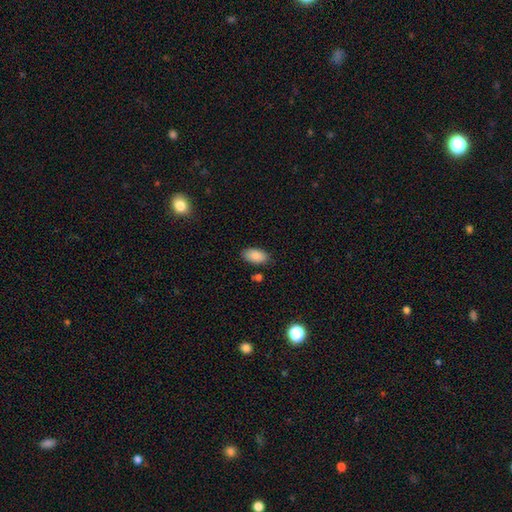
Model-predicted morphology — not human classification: Smooth or featured? smooth (88%)
How rounded? in between (94%)
Merging? none (82%)